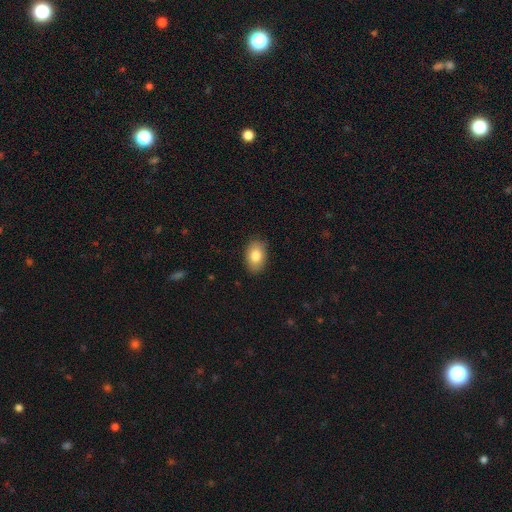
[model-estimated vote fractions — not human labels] Morphology: type=smooth (83%); roundness=in between (86%); merging=none (87%).